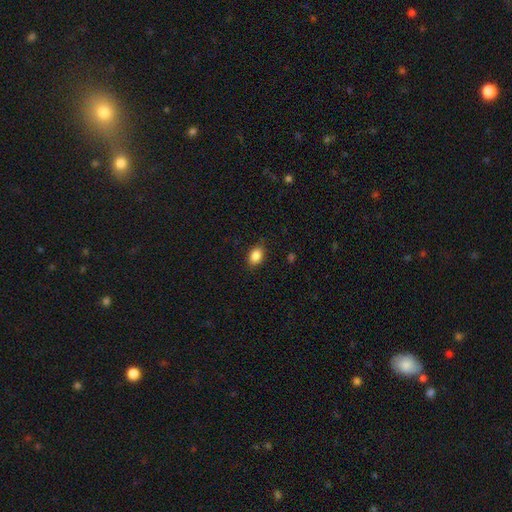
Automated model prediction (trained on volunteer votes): Morphology: type=smooth (86%); roundness=in between (72%); merging=none (86%).